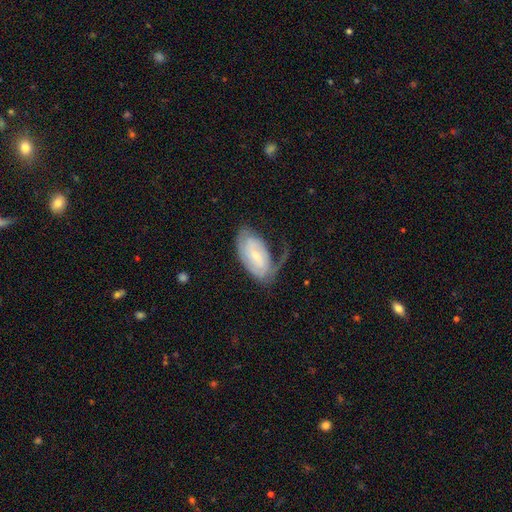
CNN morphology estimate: featured or disk 62%, smooth 32%, star or artifact 6%. Down the decision tree: edge-on disk — no (94%); bar — weak (45%); spiral arms — yes (80%); bulge size — small (64%); merging — none (39%).